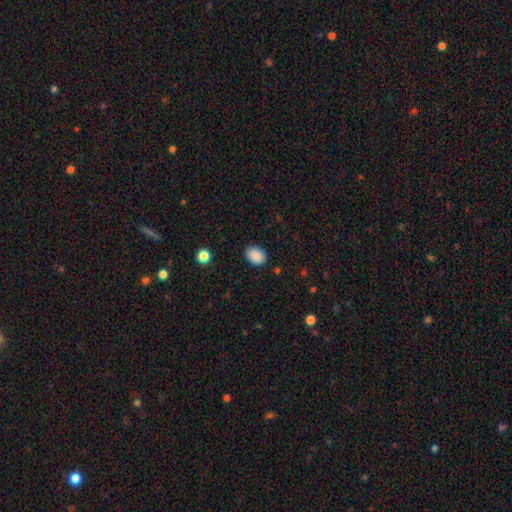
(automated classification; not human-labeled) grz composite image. It shows a smooth galaxy with no disk features (89%) that is in between round and cigar-shaped (81%). Merging: none (86%).